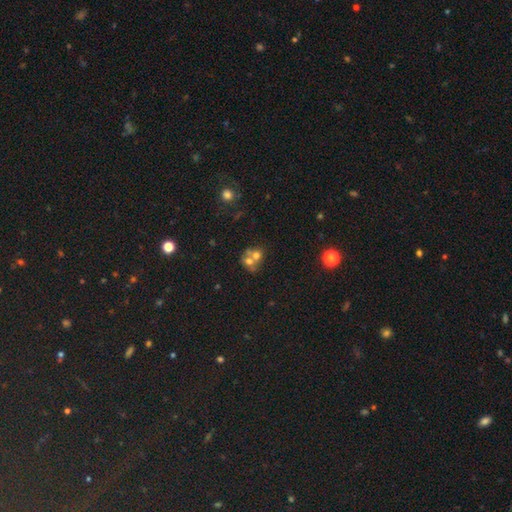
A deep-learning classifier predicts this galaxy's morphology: Smooth or featured?
  - smooth: 56% *
  - featured or disk: 29%
  - star or artifact: 15%
How rounded?
  - round: 66% *
  - in between: 33%
  - cigar-shaped: 1%
Merging?
  - merger: 61% *
  - none: 27%
  - minor disturbance: 7%
  - major disturbance: 5%